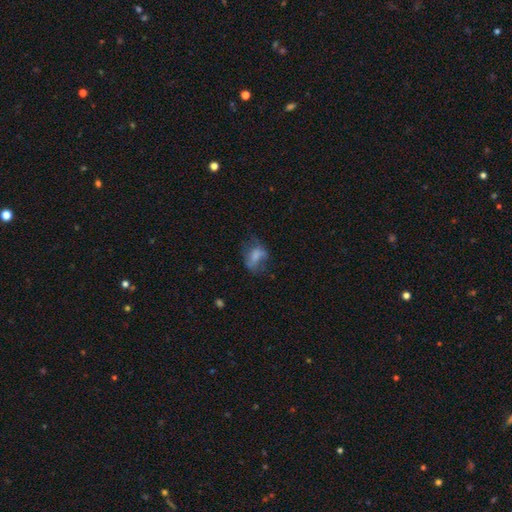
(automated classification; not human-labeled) Smooth or featured? Predicted: smooth (p=0.56). How rounded? Predicted: in between (p=0.77). Merging? Predicted: none (p=0.39).